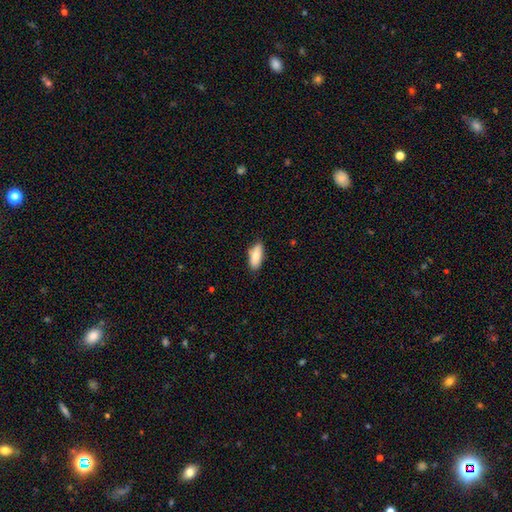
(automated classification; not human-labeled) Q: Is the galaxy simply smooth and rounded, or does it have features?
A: smooth — 81%.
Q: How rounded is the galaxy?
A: in between — 80%.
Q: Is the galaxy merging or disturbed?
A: none — 82%.